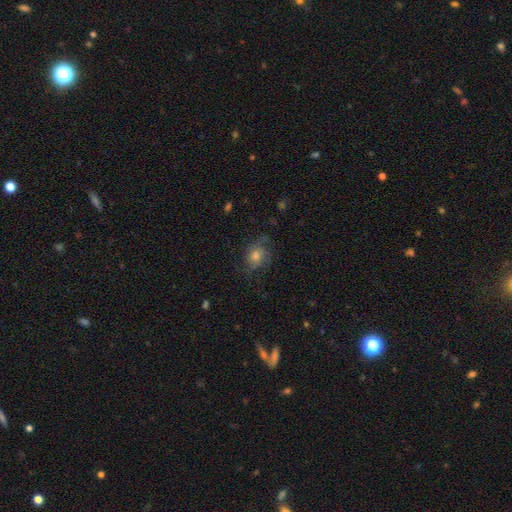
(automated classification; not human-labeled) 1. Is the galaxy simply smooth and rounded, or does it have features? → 54% featured or disk, 30% smooth, 16% star or artifact.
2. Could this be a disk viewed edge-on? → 96% no, 4% yes.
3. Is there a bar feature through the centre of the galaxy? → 77% no, 20% weak, 3% strong.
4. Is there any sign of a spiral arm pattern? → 86% yes, 14% no.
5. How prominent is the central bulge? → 53% moderate, 20% small, 19% large, 5% none, 3% dominant.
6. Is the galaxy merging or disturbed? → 64% none, 19% minor disturbance, 15% major disturbance, 1% merger.